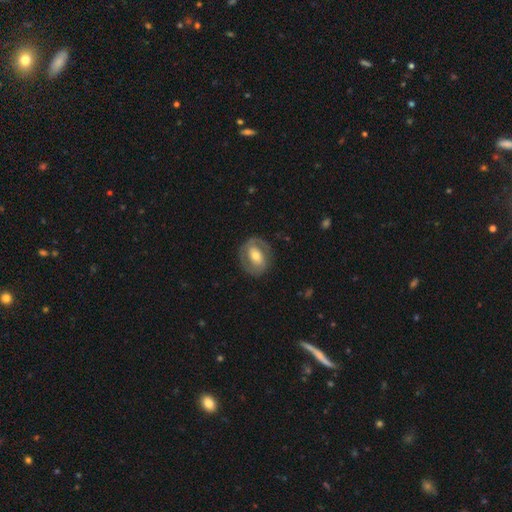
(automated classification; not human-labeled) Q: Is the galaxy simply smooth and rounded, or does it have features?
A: featured or disk — 67%.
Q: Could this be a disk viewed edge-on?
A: no — 96%.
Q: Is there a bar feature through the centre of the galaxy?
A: no — 37%.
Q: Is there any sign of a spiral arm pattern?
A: yes — 71%.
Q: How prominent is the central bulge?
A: moderate — 63%.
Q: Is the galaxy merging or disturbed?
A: none — 79%.